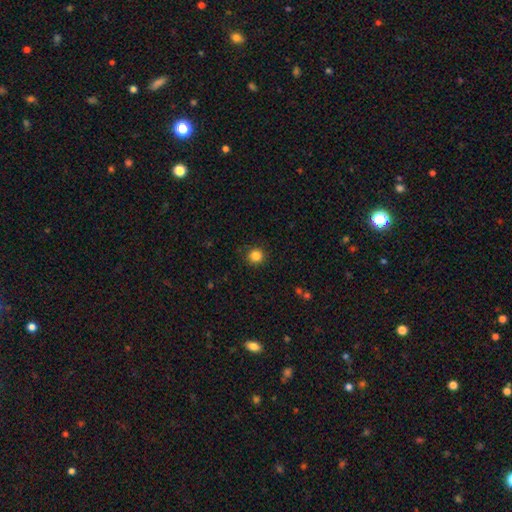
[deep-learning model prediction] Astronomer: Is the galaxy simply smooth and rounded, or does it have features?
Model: smooth — 85%.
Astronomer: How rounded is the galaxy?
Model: round — 93%.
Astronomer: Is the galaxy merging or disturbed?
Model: none — 91%.